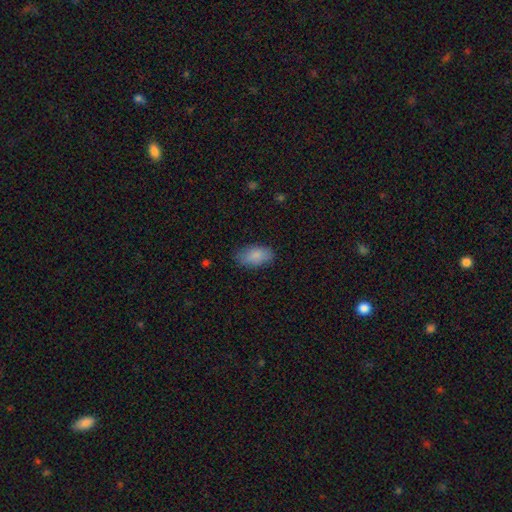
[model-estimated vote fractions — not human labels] Smooth or featured? smooth (87%)
How rounded? in between (93%)
Merging? none (83%)